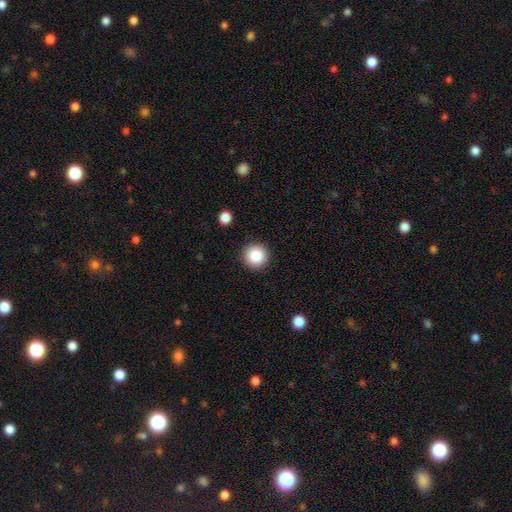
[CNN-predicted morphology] A smooth galaxy with no disk features (86%) that is round (95%). Merging: none (91%).